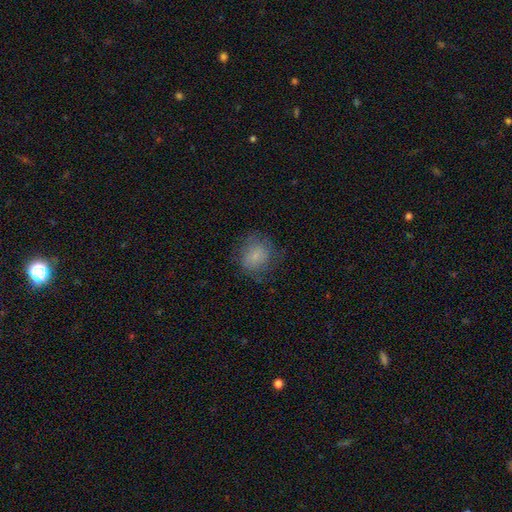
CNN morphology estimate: type=smooth (74%); roundness=round (73%); merging=none (66%).